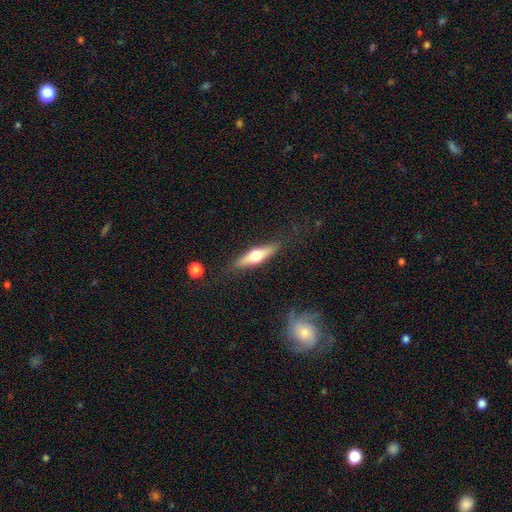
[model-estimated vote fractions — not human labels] This is possibly a featured or disk galaxy (51%). It is clearly viewed edge-on (91%). Merging: clearly none (83%).